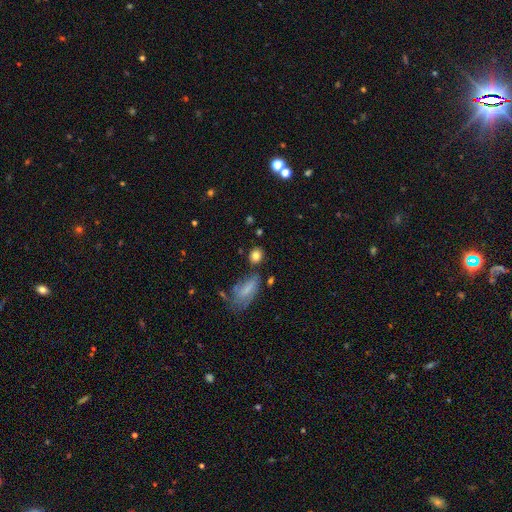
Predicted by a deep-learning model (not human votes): A smooth galaxy with no disk features (80%) that is round (60%). Merging: none (72%).